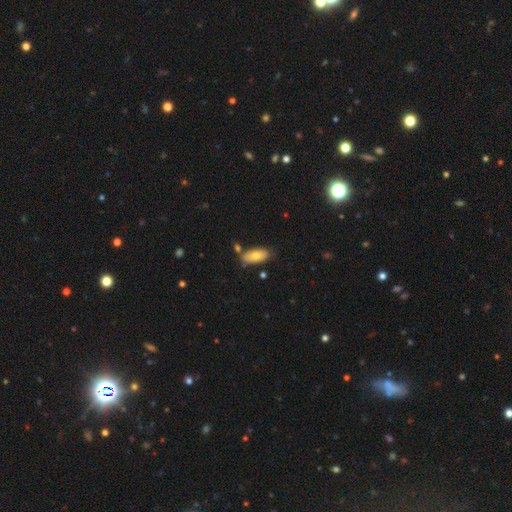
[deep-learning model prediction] Smooth or featured? smooth (73%)
How rounded? in between (88%)
Merging? none (74%)